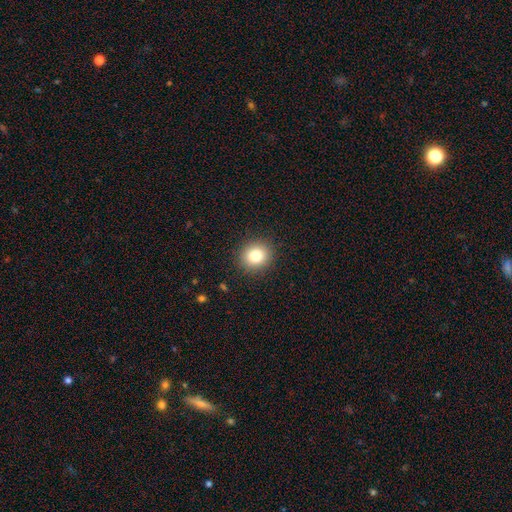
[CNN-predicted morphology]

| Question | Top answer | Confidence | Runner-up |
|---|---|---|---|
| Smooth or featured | smooth | 81% | star or artifact (12%) |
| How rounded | round | 86% | in between (13%) |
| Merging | none | 91% | minor disturbance (6%) |